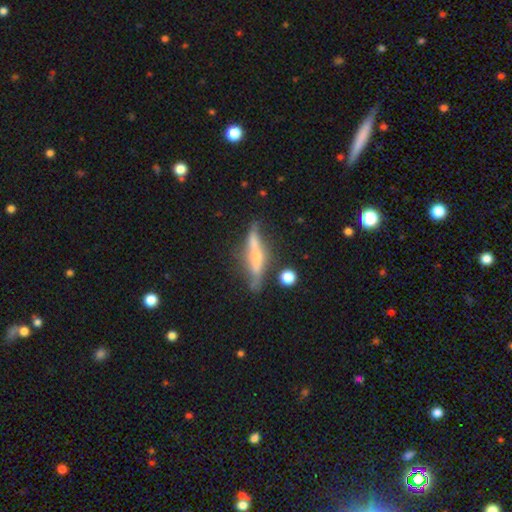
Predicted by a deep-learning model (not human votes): This appears to be a featured or disk galaxy (63%) viewed edge-on (87%) with a rounded central bulge (55%). Merging: none (63%).